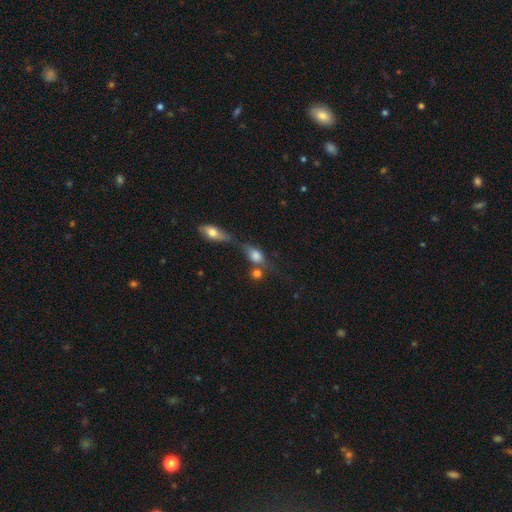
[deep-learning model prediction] Smooth or featured? Predicted: smooth (p=0.70). How rounded? Predicted: in between (p=0.63). Merging? Predicted: merger (p=0.45).